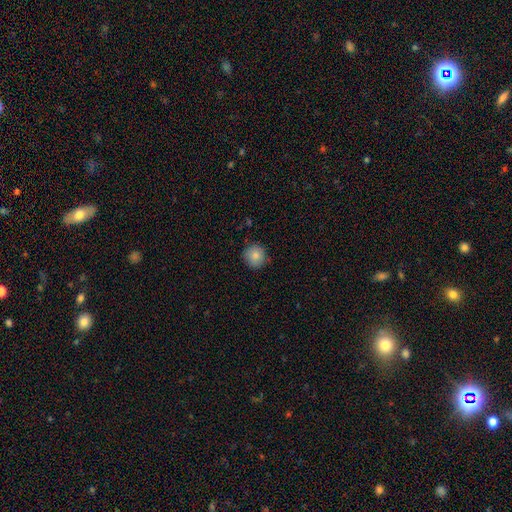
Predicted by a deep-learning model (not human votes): Smooth or featured?
  - smooth: 85% *
  - star or artifact: 9%
  - featured or disk: 7%
How rounded?
  - round: 93% *
  - in between: 6%
  - cigar-shaped: 1%
Merging?
  - none: 87% *
  - minor disturbance: 10%
  - major disturbance: 2%
  - merger: 1%